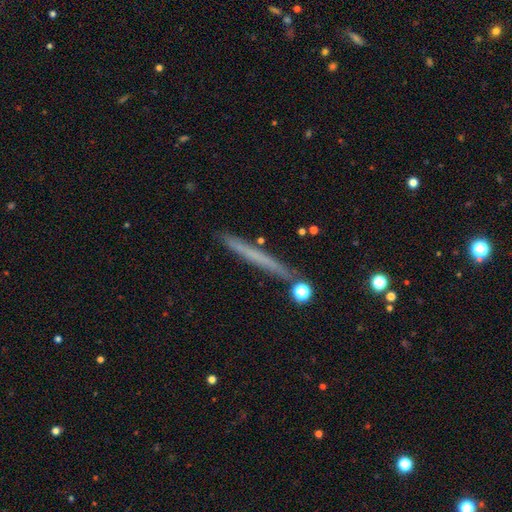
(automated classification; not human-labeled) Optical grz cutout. It shows a smooth galaxy with no disk features (53%) that is cigar-shaped (96%). Merging: none (86%).